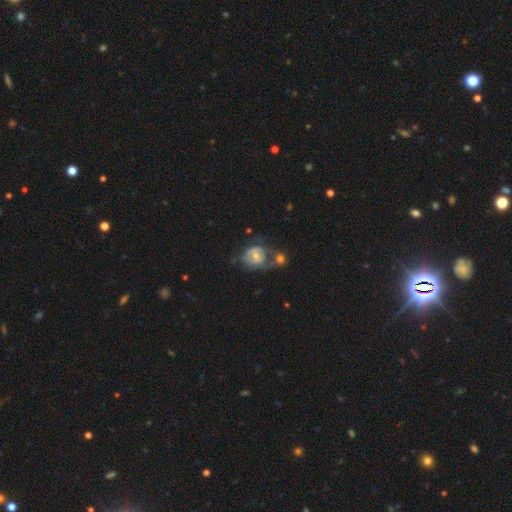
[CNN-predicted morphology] Smooth or featured: featured or disk — 53% (smooth — 40%)
Edge-on disk: no — 97% (yes — 3%)
Bar: no — 71% (weak — 24%)
Spiral arms: yes — 50% (tied with no — 50%)
Bulge size: moderate — 48% (small — 45%)
Merging: merger — 36% (none — 27%)